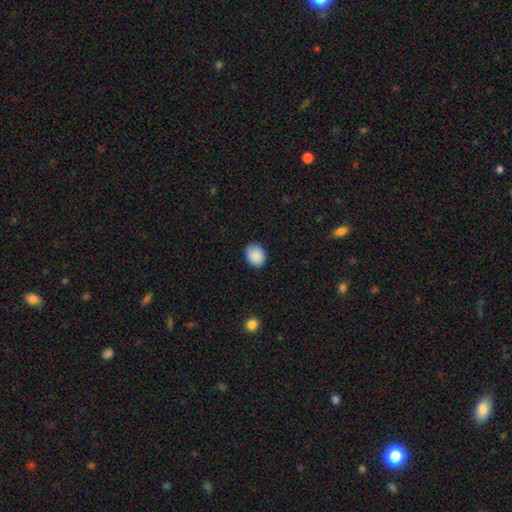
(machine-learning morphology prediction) The model was most divided on "how rounded": round: 54%, in between: 45%, cigar-shaped: 1%. More confident: smooth or featured — smooth (89%); merging — none (87%).